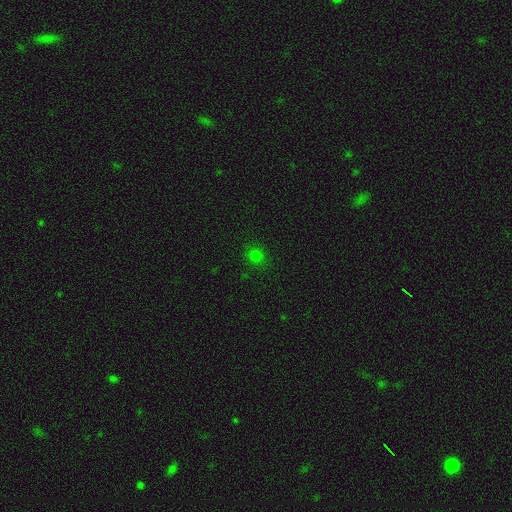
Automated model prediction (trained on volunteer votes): Smooth or featured?
  - smooth: 74% *
  - star or artifact: 21%
  - featured or disk: 4%
How rounded?
  - round: 88% *
  - in between: 11%
  - cigar-shaped: 1%
Merging?
  - none: 88% *
  - minor disturbance: 8%
  - major disturbance: 3%
  - merger: 1%